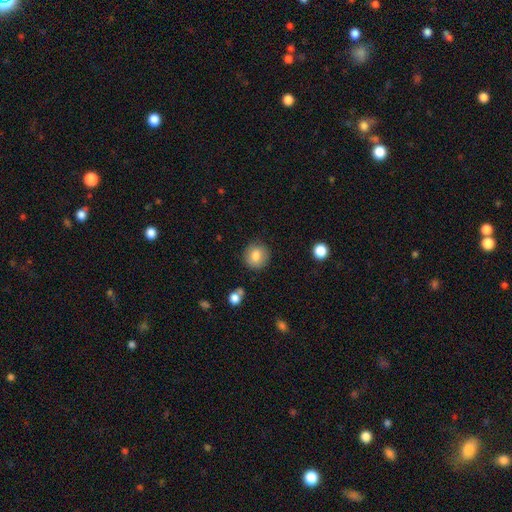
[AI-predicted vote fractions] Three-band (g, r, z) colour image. It shows a smooth galaxy with no disk features (82%) that is round (87%). Merging: none (85%).